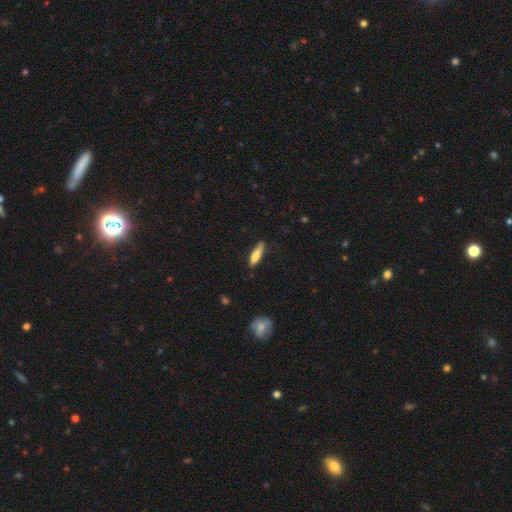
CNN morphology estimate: A smooth galaxy with no disk features (80%) that is cigar-shaped (65%). Merging: none (70%).